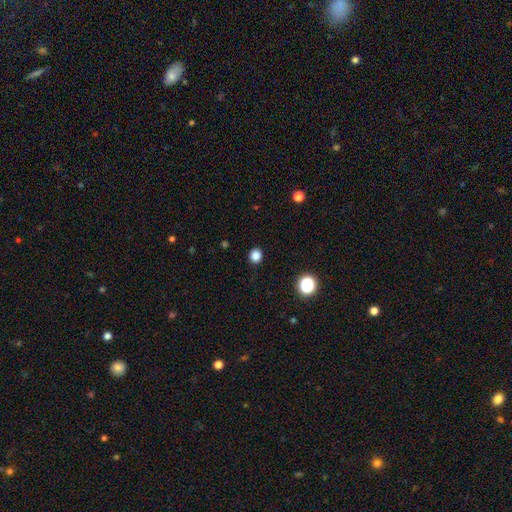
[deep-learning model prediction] The model was most divided on "smooth or featured": smooth: 84%, star or artifact: 13%, featured or disk: 3%. More confident: merging — none (91%); how rounded — round (88%).